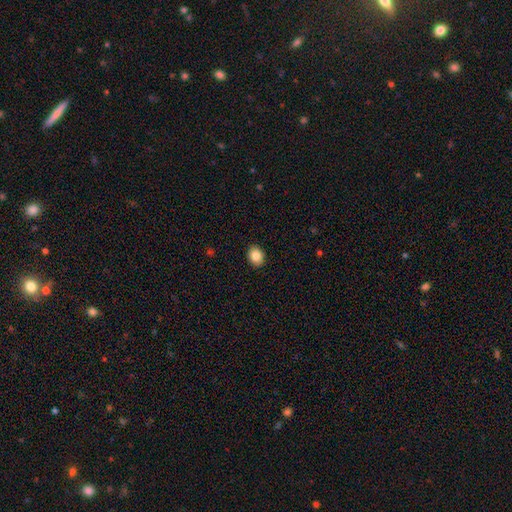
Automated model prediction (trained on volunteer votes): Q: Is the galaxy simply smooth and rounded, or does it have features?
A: smooth — 86%.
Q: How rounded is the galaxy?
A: in between — 58%.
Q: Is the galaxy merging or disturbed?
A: none — 90%.